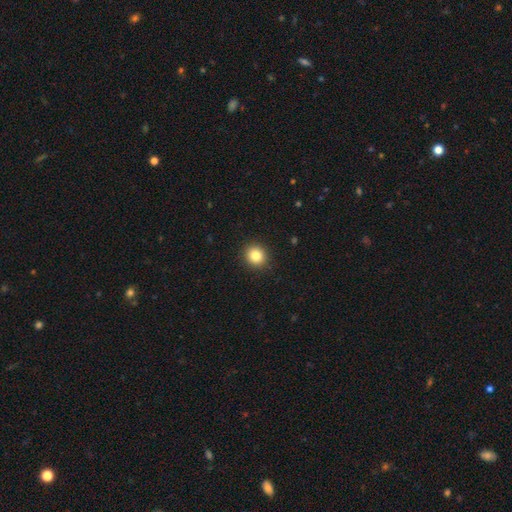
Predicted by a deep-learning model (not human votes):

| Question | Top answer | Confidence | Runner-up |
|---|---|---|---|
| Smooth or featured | smooth | 83% | star or artifact (10%) |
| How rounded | round | 87% | in between (12%) |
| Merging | none | 92% | minor disturbance (5%) |